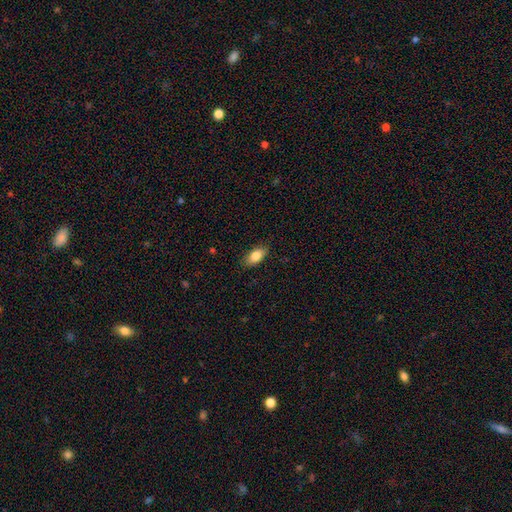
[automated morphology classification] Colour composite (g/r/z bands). It shows a smooth galaxy with no disk features (83%) that is in between round and cigar-shaped (90%). Merging: none (84%).